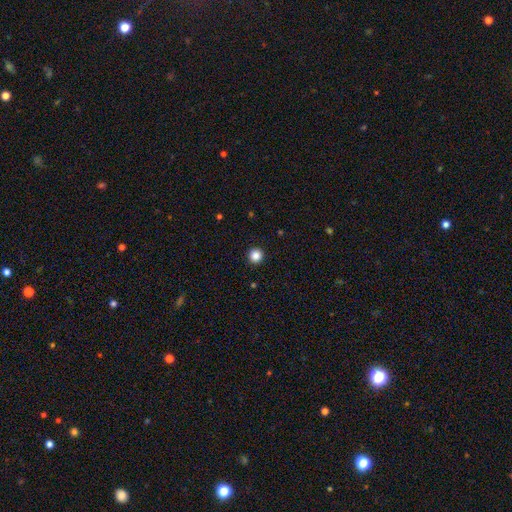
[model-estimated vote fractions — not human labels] Morphology: type=smooth (86%); roundness=round (96%); merging=none (94%).